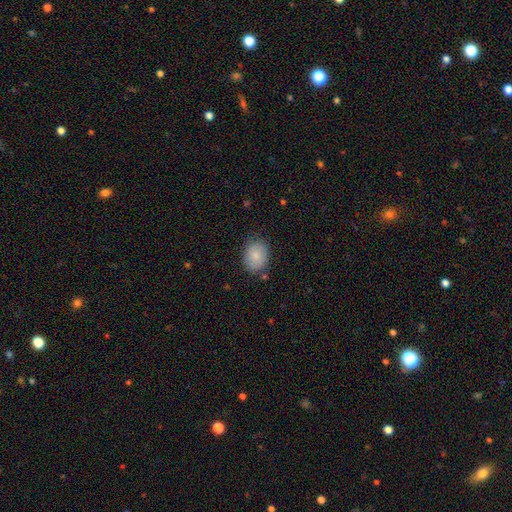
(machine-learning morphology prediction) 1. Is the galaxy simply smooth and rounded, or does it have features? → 81% smooth, 12% featured or disk, 7% star or artifact.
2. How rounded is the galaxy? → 59% in between, 40% round, 1% cigar-shaped.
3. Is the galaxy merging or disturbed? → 78% none, 16% minor disturbance, 4% major disturbance, 2% merger.